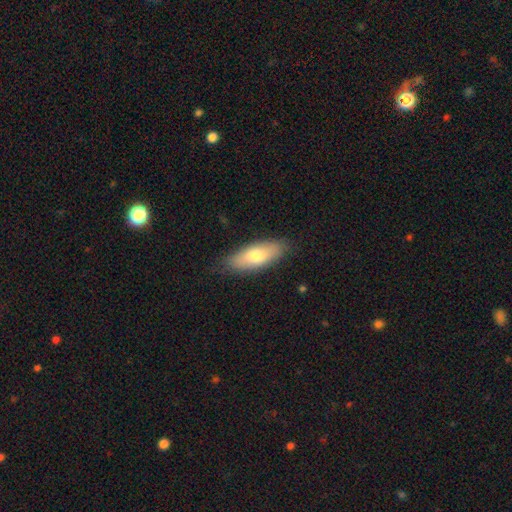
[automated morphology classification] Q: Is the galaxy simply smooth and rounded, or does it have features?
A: smooth — 71%.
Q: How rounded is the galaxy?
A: in between — 71%.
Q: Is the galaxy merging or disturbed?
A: none — 84%.